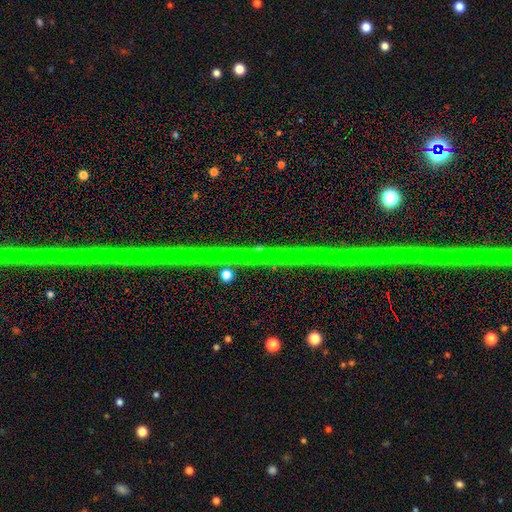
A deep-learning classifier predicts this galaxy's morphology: A star or artifact, not a galaxy (72%).